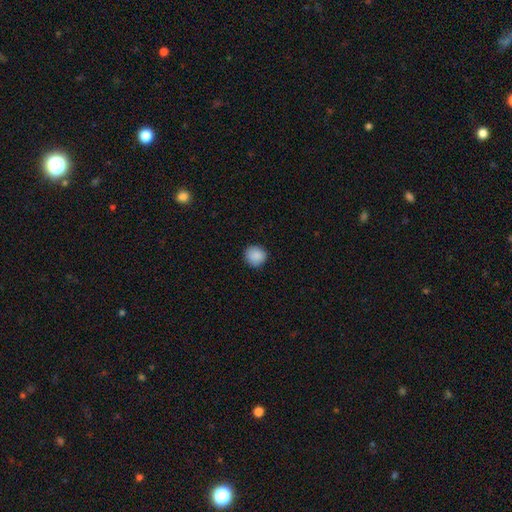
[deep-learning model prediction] Q: Smooth or featured?
A: smooth (89%); runner-up: star or artifact (8%)
Q: How rounded?
A: round (91%); runner-up: in between (8%)
Q: Merging?
A: none (89%); runner-up: minor disturbance (8%)